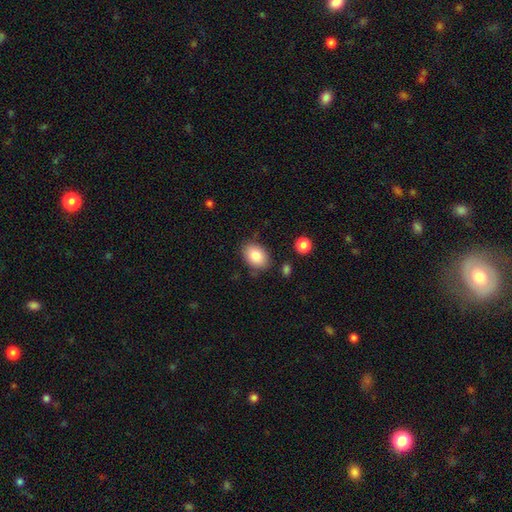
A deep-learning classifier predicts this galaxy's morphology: A smooth galaxy with no disk features (84%) that is in between round and cigar-shaped (82%). Merging: none (83%).